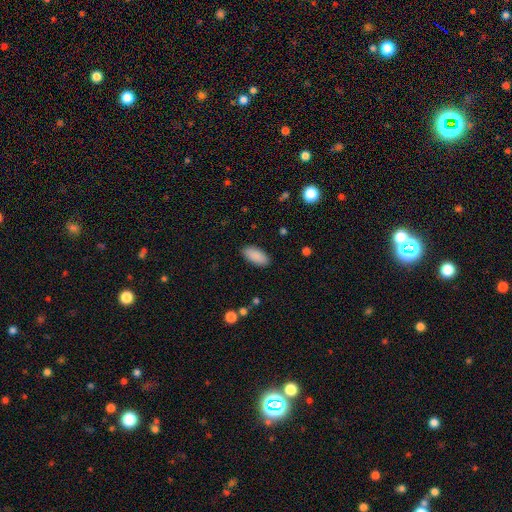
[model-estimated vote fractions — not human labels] A smooth galaxy with no disk features (89%) that is in between round and cigar-shaped (92%). Merging: none (89%).